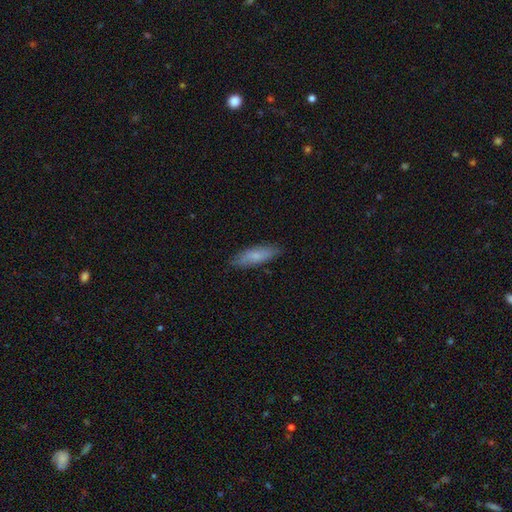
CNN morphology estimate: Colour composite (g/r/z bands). It shows a smooth galaxy with no disk features (75%) that is cigar-shaped (50%). Merging: none (83%).